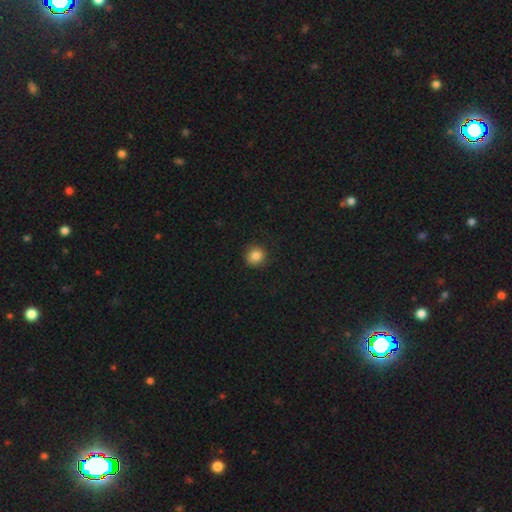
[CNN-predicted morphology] A smooth galaxy with no disk features (84%) that is round (90%). Merging: none (87%).